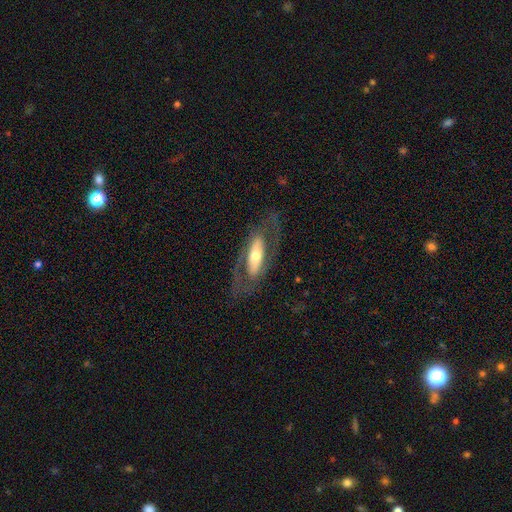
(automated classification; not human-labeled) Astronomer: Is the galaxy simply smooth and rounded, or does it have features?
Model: featured or disk — 66%.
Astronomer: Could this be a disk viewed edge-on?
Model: no — 79%.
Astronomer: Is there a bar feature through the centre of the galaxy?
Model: no — 42% (runner-up: strong, 37%).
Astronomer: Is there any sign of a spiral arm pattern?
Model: yes — 56% (runner-up: no, 44%).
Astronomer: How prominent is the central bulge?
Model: moderate — 58%.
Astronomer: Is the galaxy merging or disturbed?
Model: none — 70%.